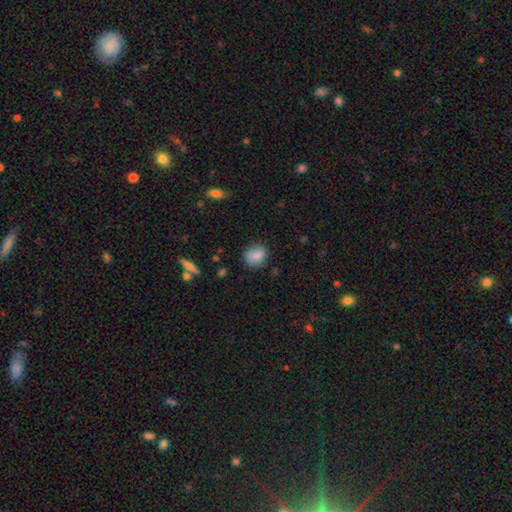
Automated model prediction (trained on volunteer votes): A smooth galaxy with no disk features (81%) that is round (67%). Merging: none (76%).